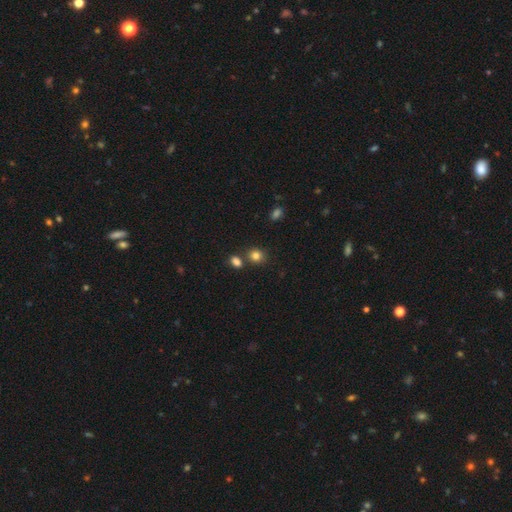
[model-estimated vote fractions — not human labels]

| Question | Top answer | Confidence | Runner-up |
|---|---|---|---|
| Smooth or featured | smooth | 83% | star or artifact (12%) |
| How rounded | round | 74% | in between (24%) |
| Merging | none | 72% | merger (16%) |